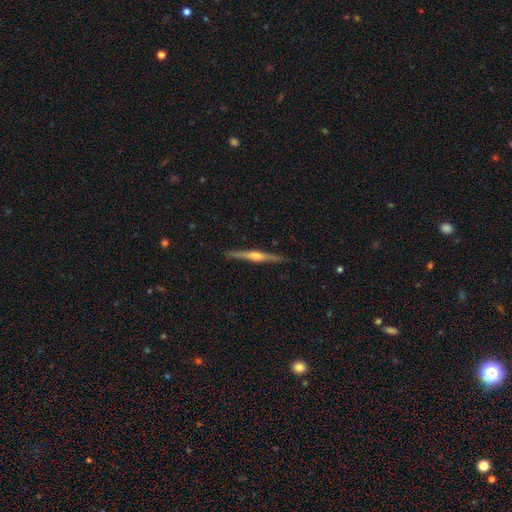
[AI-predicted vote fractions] Smooth or featured: featured or disk — 77% (smooth — 18%)
Edge-on disk: yes — 98% (no — 2%)
Edge-on bulge: rounded — 82% (boxy — 10%)
Merging: none — 90% (minor disturbance — 7%)